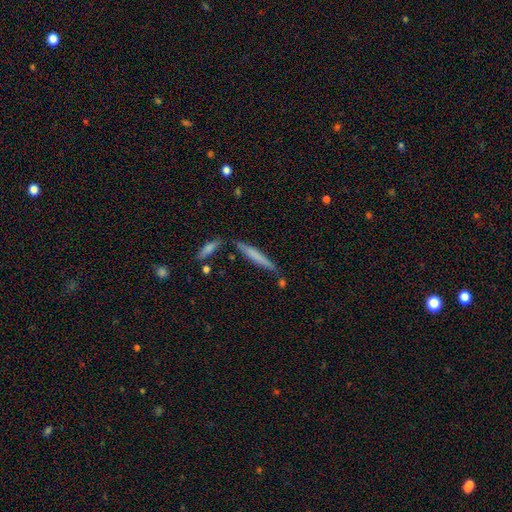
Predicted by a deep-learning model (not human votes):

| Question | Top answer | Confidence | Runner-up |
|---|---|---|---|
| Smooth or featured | smooth | 67% | featured or disk (27%) |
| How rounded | cigar-shaped | 93% | in between (5%) |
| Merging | none | 77% | minor disturbance (14%) |